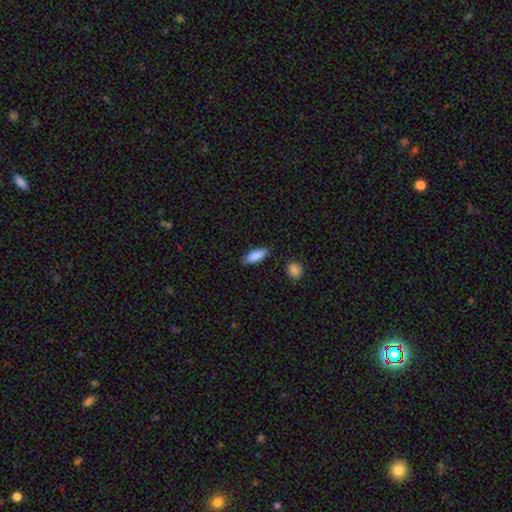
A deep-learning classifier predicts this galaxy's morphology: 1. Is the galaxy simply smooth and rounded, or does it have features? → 87% smooth, 7% featured or disk, 6% star or artifact.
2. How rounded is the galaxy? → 69% in between, 29% cigar-shaped, 2% round.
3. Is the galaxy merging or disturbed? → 83% none, 13% minor disturbance, 3% major disturbance, 2% merger.